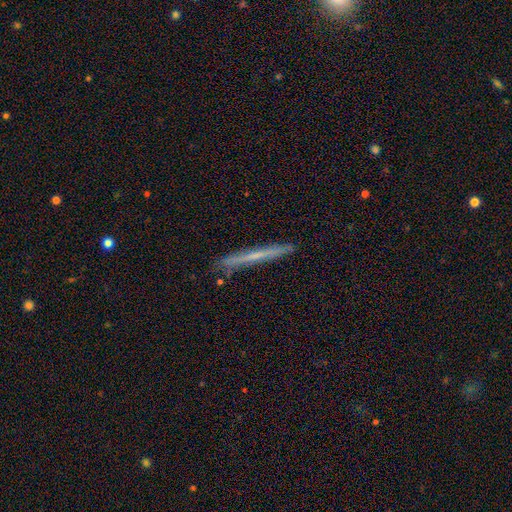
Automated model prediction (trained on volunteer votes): smooth-or-featured: featured or disk: 52% | smooth: 41% | star or artifact: 7%
  disk-edge-on: yes: 96% | no: 4%
    edge-on-bulge: none: 74% | rounded: 22% | boxy: 4%
  merging: none: 89% | minor disturbance: 8% | merger: 2% | major disturbance: 1%